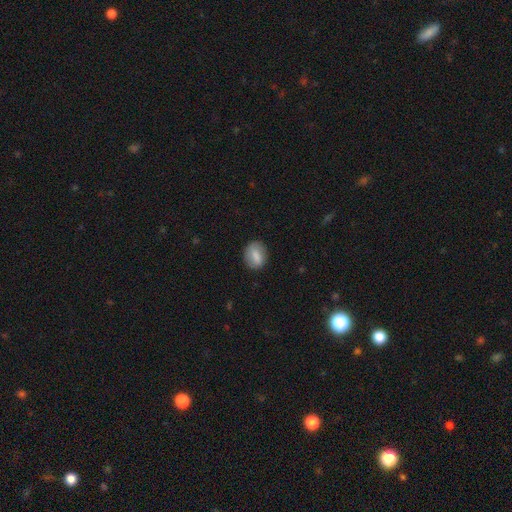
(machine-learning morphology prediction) Smooth or featured?
  - smooth: 78% *
  - featured or disk: 15%
  - star or artifact: 8%
How rounded?
  - in between: 59% *
  - round: 39%
  - cigar-shaped: 2%
Merging?
  - none: 80% *
  - minor disturbance: 15%
  - major disturbance: 4%
  - merger: 1%